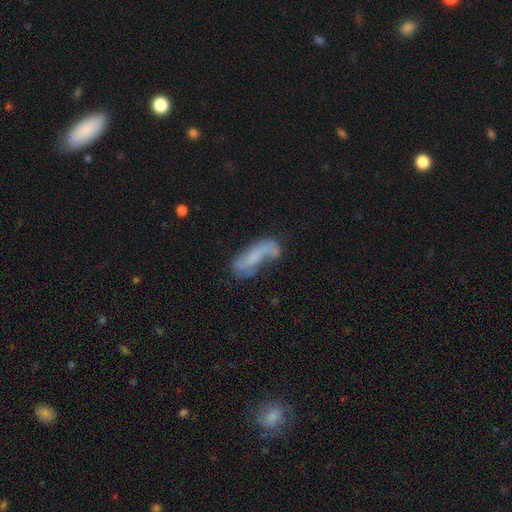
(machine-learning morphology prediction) Smooth or featured? featured or disk (50%)
Edge-on disk? no (85%)
Merging? none (39%)